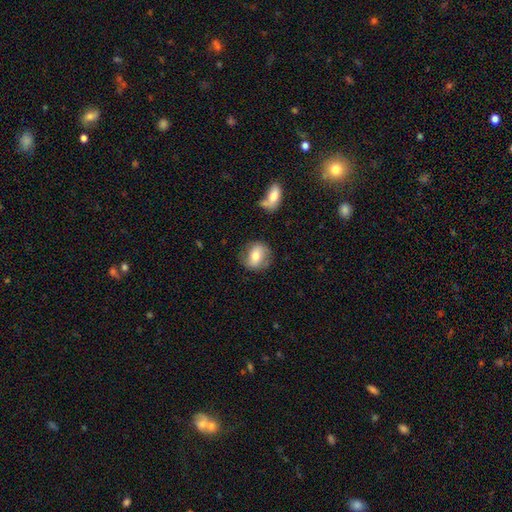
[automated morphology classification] smooth_or_featured: smooth (p=0.64) [alt: featured or disk p=0.29]
how_rounded: round (p=0.61) [alt: in between p=0.37]
merging: none (p=0.75) [alt: minor disturbance p=0.17]